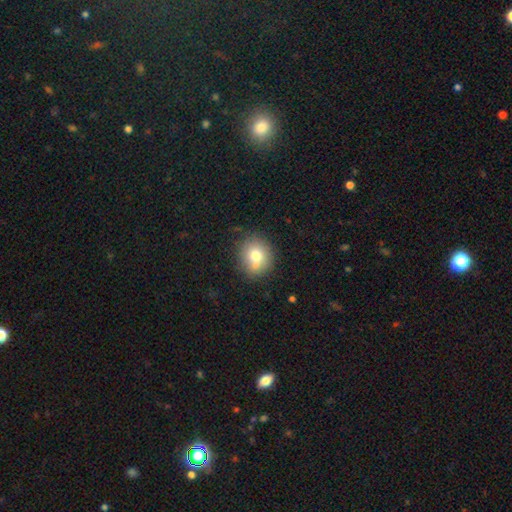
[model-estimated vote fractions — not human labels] Smooth or featured? smooth (73%)
How rounded? round (80%)
Merging? none (68%)